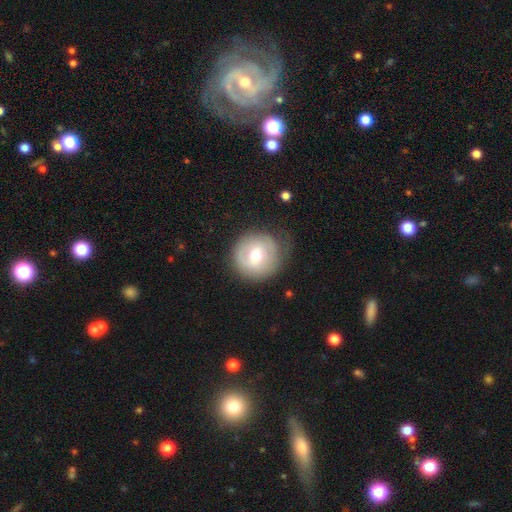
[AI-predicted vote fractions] Q: Smooth or featured?
A: smooth (50%); runner-up: featured or disk (42%)
Q: How rounded?
A: round (92%); runner-up: in between (7%)
Q: Merging?
A: none (67%); runner-up: minor disturbance (22%)